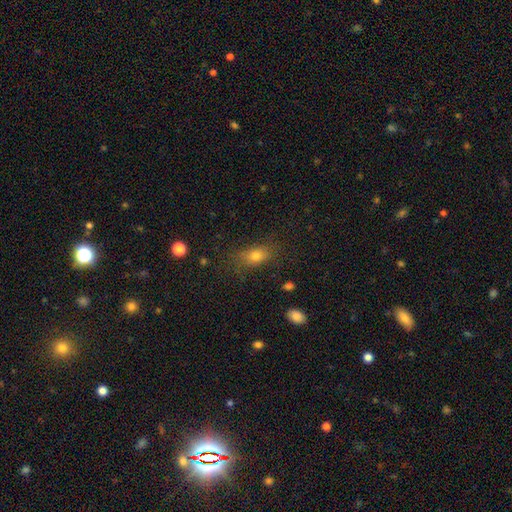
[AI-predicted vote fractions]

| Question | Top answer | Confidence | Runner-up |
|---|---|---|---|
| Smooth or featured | smooth | 77% | star or artifact (13%) |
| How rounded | in between | 76% | round (17%) |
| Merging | none | 76% | minor disturbance (15%) |